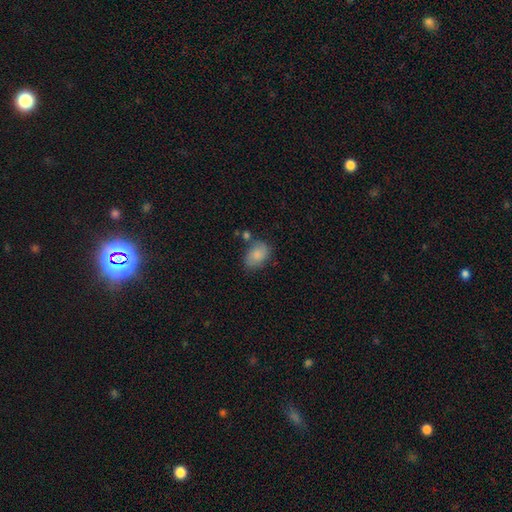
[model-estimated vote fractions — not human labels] A smooth galaxy with no disk features (80%) that is in between round and cigar-shaped (79%).

Vote fractions:
- Smooth or featured? smooth: 80% / featured or disk: 13% / star or artifact: 8%
- How rounded? in between: 79% / round: 20% / cigar-shaped: 1%
- Merging? none: 59% / minor disturbance: 24% / merger: 9% / major disturbance: 7%